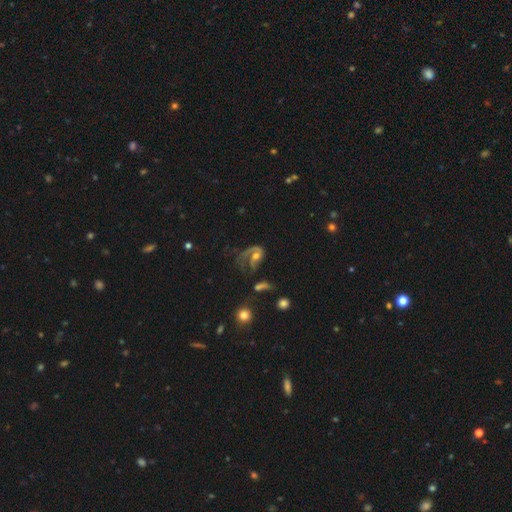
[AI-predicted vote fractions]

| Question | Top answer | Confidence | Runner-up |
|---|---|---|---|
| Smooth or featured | featured or disk | 75% | smooth (17%) |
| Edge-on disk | no | 97% | yes (3%) |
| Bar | no | 60% | weak (30%) |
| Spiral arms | yes | 85% | no (15%) |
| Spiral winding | loose | 44% | medium (38%) |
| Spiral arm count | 1 | 55% | 2 (33%) |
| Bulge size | moderate | 58% | small (27%) |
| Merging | major disturbance | 49% | none (25%) |